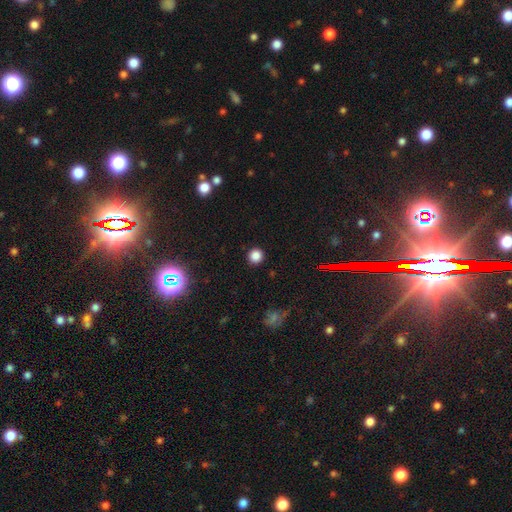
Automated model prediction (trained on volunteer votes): A smooth galaxy with no disk features (84%) that is round (95%).

Vote fractions:
- Smooth or featured? smooth: 84% / star or artifact: 13% / featured or disk: 4%
- How rounded? round: 95% / in between: 4% / cigar-shaped: 1%
- Merging? none: 92% / minor disturbance: 5% / major disturbance: 2% / merger: 1%